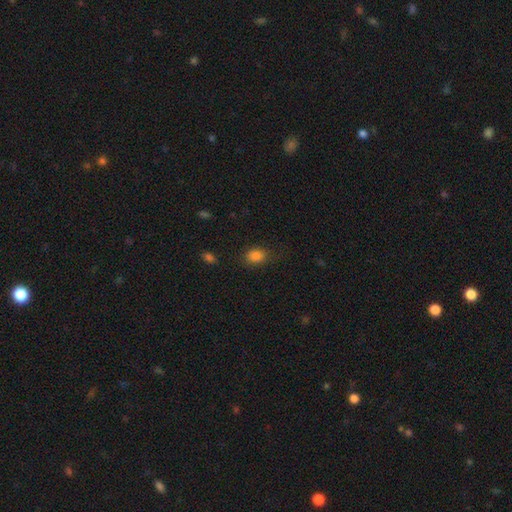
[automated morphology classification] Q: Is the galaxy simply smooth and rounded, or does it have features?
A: smooth — 84%.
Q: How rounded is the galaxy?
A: in between — 64%.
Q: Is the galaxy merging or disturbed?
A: none — 76%.